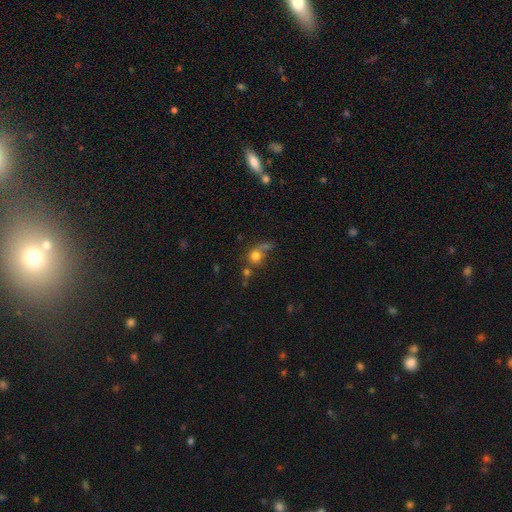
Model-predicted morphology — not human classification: Overall: smooth (73%). How rounded: round (83%). Merging: none (43%; merger 24%).